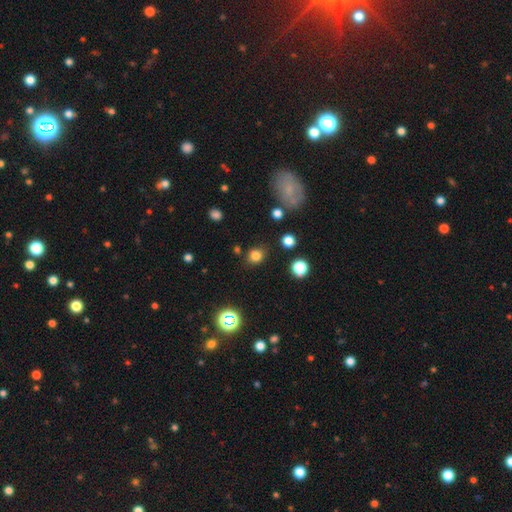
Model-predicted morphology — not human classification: A smooth galaxy with no disk features (79%) that is round (77%).

Vote fractions:
- Smooth or featured? smooth: 79% / star or artifact: 15% / featured or disk: 6%
- How rounded? round: 77% / in between: 22% / cigar-shaped: 1%
- Merging? none: 81% / minor disturbance: 12% / major disturbance: 4% / merger: 4%